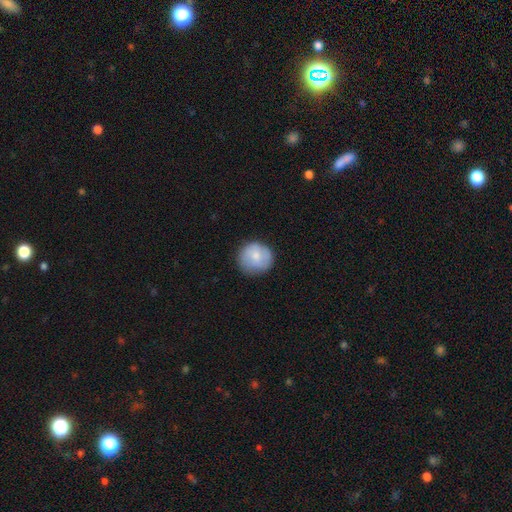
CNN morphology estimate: Smooth or featured: smooth — 73% (featured or disk — 20%)
How rounded: round — 91% (in between — 8%)
Merging: none — 79% (minor disturbance — 16%)